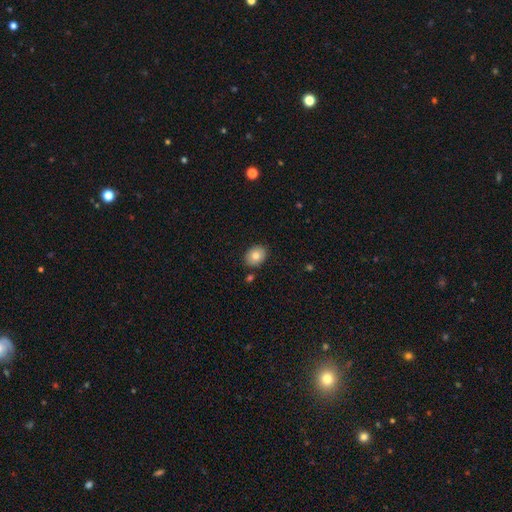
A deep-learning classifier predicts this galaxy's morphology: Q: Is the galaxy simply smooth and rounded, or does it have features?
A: smooth — 80%.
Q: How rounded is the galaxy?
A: in between — 60%.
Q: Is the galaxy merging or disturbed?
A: none — 85%.